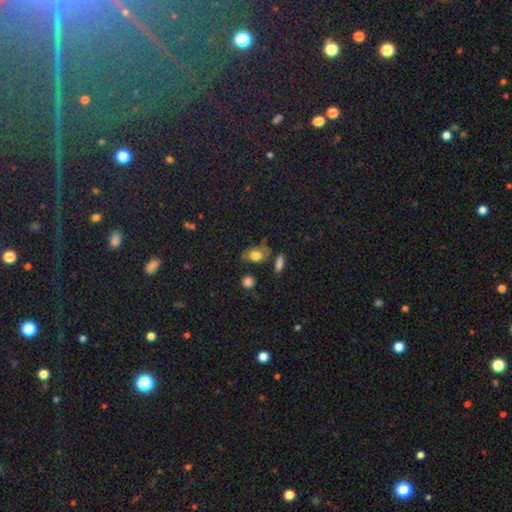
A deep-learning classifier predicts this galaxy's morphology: type=smooth (71%); roundness=in between (77%); merging=none (57%).